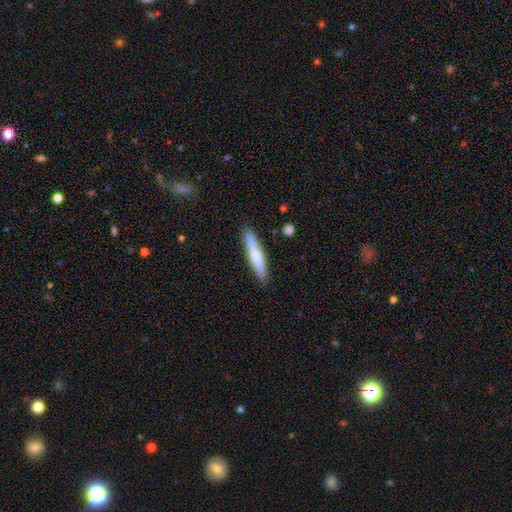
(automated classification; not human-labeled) smooth 61%, featured or disk 33%, star or artifact 6%. Down the decision tree: how rounded — cigar-shaped (89%); merging — none (86%).